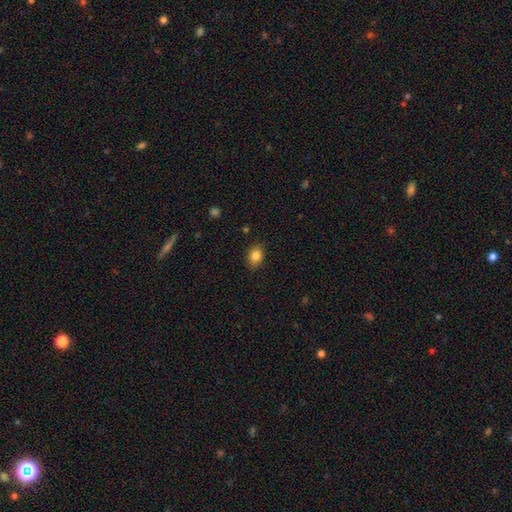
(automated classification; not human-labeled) smooth_or_featured: smooth (p=0.84) [alt: star or artifact p=0.09]
how_rounded: in between (p=0.66) [alt: round p=0.33]
merging: none (p=0.86) [alt: minor disturbance p=0.10]